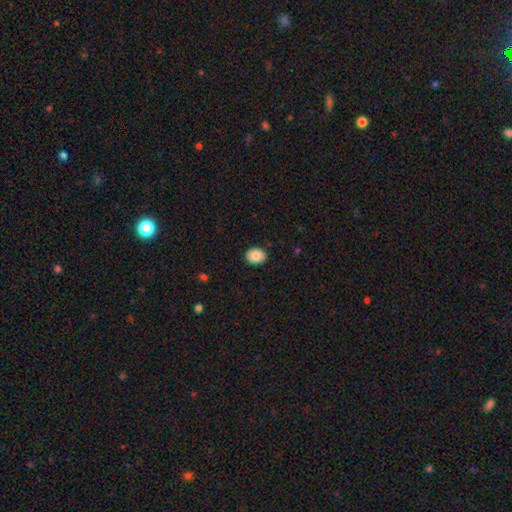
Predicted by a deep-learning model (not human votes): This appears to be a smooth galaxy with no disk features (87%) that is in between round and cigar-shaped (54%). Merging: none (89%).